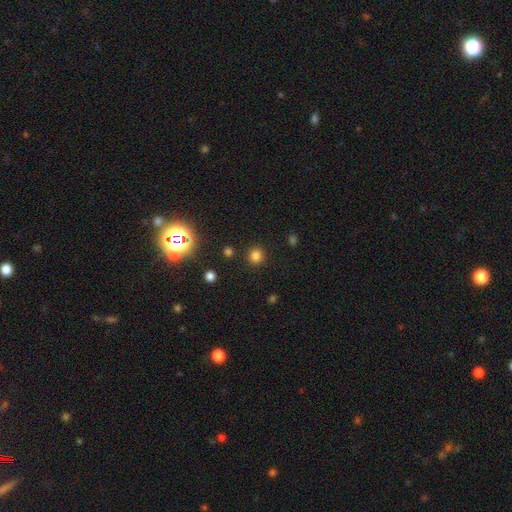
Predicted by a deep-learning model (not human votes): smooth 77%, star or artifact 18%, featured or disk 5%. Down the decision tree: how rounded — round (93%); merging — none (89%).